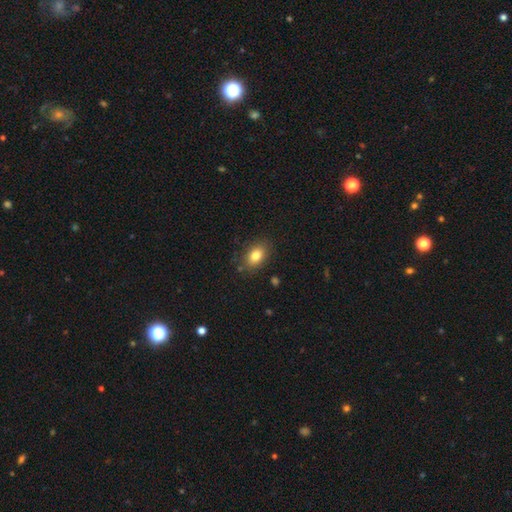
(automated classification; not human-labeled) Smooth or featured?
  - smooth: 82% *
  - featured or disk: 9%
  - star or artifact: 9%
How rounded?
  - in between: 83% *
  - round: 15%
  - cigar-shaped: 2%
Merging?
  - none: 82% *
  - minor disturbance: 12%
  - major disturbance: 3%
  - merger: 2%